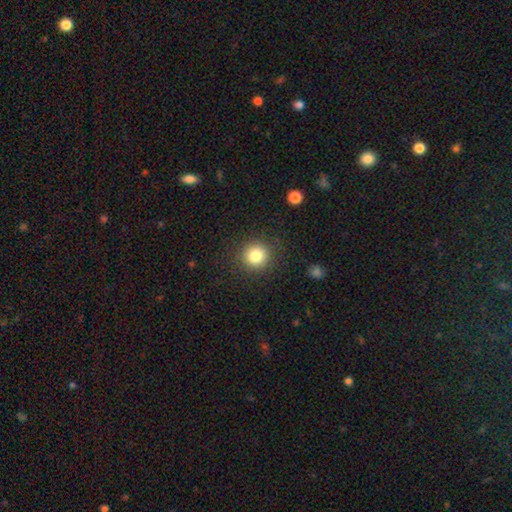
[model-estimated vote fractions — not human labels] Smooth or featured? Predicted: smooth (p=0.82). How rounded? Predicted: round (p=0.92). Merging? Predicted: none (p=0.89).